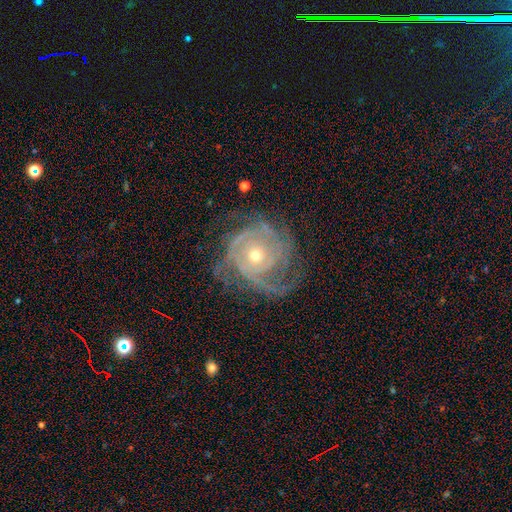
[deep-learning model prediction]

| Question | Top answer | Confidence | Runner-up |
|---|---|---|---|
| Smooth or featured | featured or disk | 86% | smooth (7%) |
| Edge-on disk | no | 97% | yes (3%) |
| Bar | no | 80% | weak (16%) |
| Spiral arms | yes | 94% | no (6%) |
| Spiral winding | tight | 63% | medium (28%) |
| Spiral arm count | can't tell | 27% | tied: 3 (27%) |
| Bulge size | small | 55% | moderate (41%) |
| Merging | none | 60% | minor disturbance (21%) |